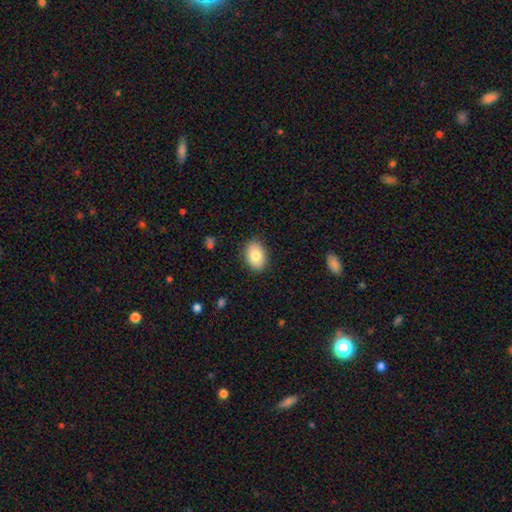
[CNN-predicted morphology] Smooth or featured? Predicted: smooth (p=0.81). How rounded? Predicted: in between (p=0.85). Merging? Predicted: none (p=0.88).